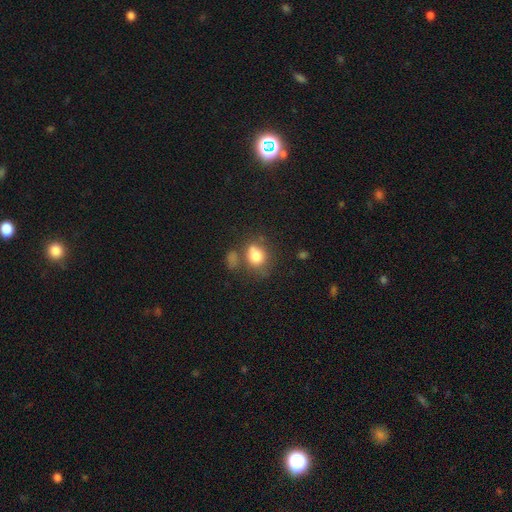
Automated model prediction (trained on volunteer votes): The model was most divided on "how rounded": round: 52%, in between: 46%, cigar-shaped: 1%. Remaining: smooth or featured — smooth (77%); merging — none (46%).